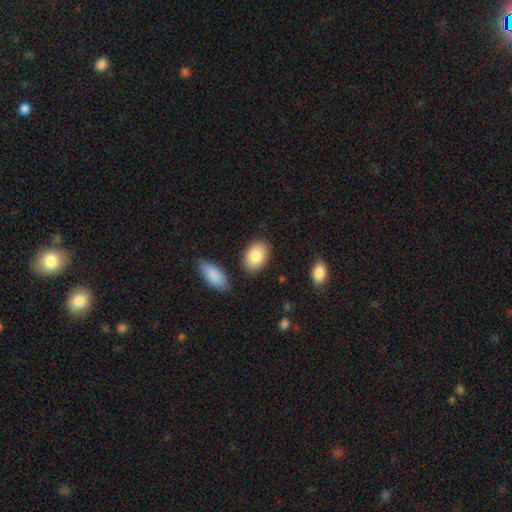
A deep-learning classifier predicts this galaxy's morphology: Smooth or featured? Predicted: smooth (p=0.85). How rounded? Predicted: in between (p=0.83). Merging? Predicted: none (p=0.83).